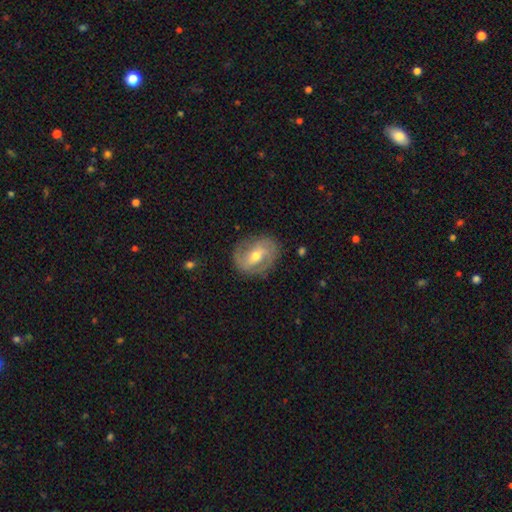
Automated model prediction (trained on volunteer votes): A featured or disk galaxy (74%) with a weak bar (46%), 2 (77%) medium (44%) spiral arms (86%) and a moderate central bulge (65%). Merging: none (79%).